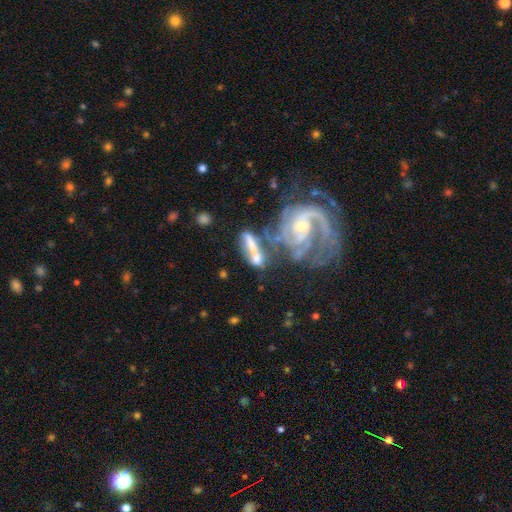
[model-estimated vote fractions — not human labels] Smooth or featured?
  - featured or disk: 69% *
  - smooth: 22%
  - star or artifact: 8%
Edge-on disk?
  - no: 89% *
  - yes: 11%
Bar?
  - no: 48% *
  - weak: 31%
  - strong: 21%
Spiral arms?
  - yes: 84% *
  - no: 16%
Spiral winding?
  - tight: 45% *
  - medium: 37%
  - loose: 18%
Spiral arm count?
  - 2: 48% *
  - can't tell: 23%
  - 3: 13%
  - 1: 9%
  - 4: 4%
  - more than 4: 3%
Bulge size?
  - small: 52% *
  - moderate: 34%
  - none: 8%
  - large: 5%
  - dominant: 2%
Merging?
  - merger: 41% *
  - none: 28%
  - minor disturbance: 16%
  - major disturbance: 15%